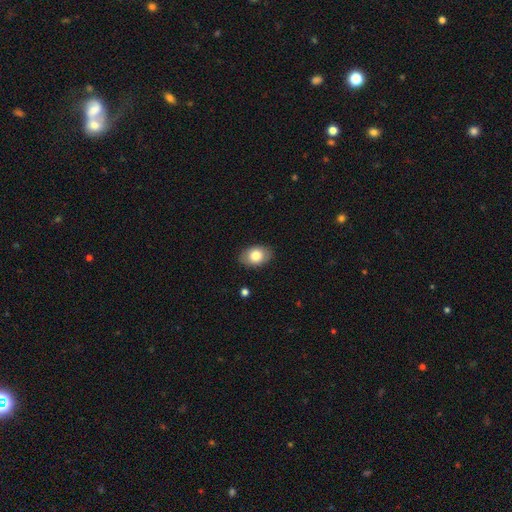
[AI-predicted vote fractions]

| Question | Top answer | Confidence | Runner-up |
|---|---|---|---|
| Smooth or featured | smooth | 80% | featured or disk (13%) |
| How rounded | in between | 83% | round (16%) |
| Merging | none | 86% | minor disturbance (11%) |